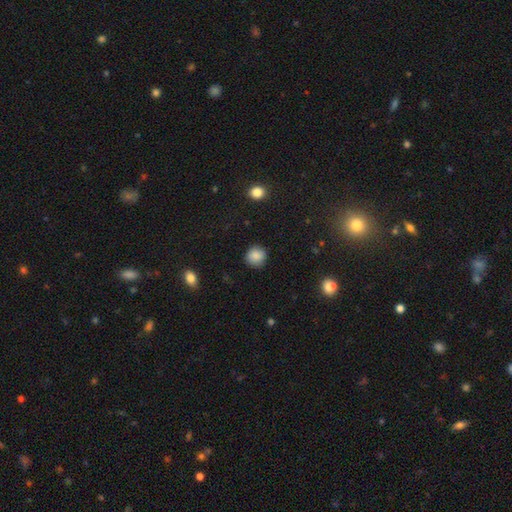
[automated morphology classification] smooth-or-featured: smooth: 86% | star or artifact: 9% | featured or disk: 5%
  how-rounded: round: 88% | in between: 11% | cigar-shaped: 1%
  merging: none: 85% | minor disturbance: 11% | major disturbance: 3% | merger: 1%